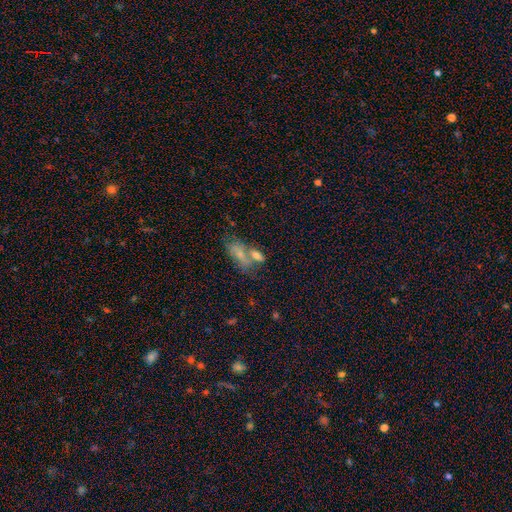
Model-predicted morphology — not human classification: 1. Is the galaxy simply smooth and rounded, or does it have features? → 65% smooth, 22% featured or disk, 13% star or artifact.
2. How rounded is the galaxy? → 71% in between, 21% cigar-shaped, 7% round.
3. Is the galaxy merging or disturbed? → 46% merger, 36% none, 11% minor disturbance, 7% major disturbance.